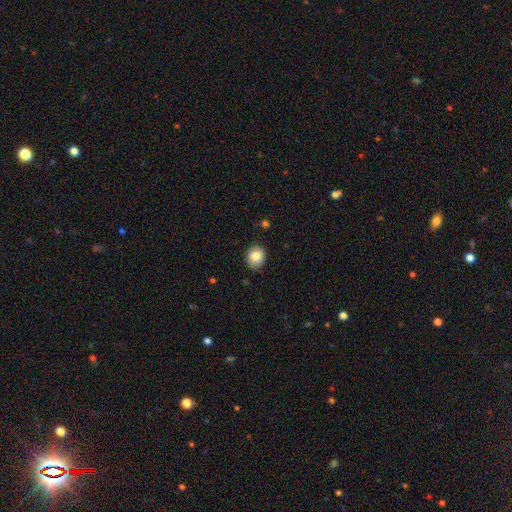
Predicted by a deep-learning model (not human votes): Q: Smooth or featured?
A: smooth (84%); runner-up: star or artifact (8%)
Q: How rounded?
A: round (64%); runner-up: in between (35%)
Q: Merging?
A: none (86%); runner-up: minor disturbance (11%)